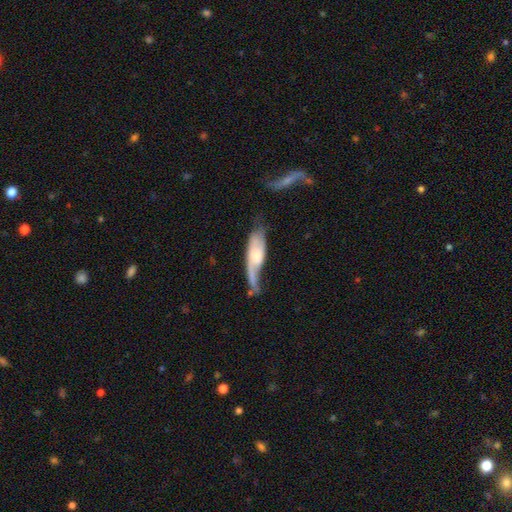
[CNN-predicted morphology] featured or disk 49%, smooth 45%, star or artifact 6%. Down the decision tree: merging — none (31%, tied with minor disturbance).